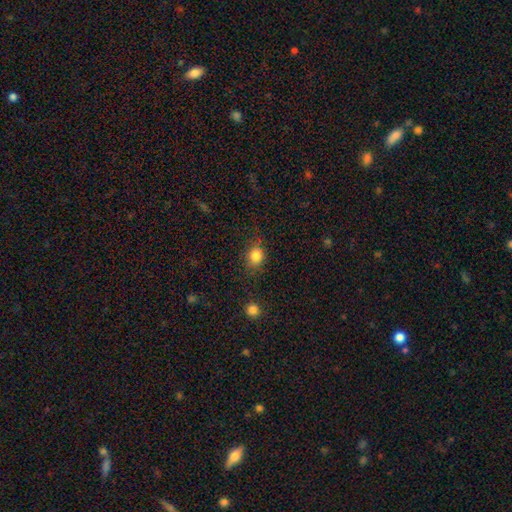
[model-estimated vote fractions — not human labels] This appears to be a smooth galaxy with no disk features (83%) that is round (62%). Merging: none (75%).